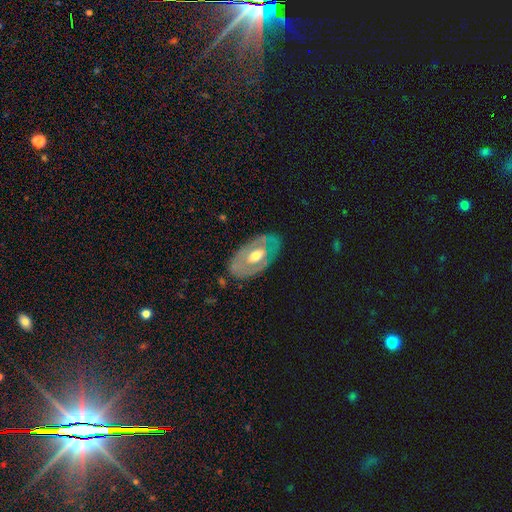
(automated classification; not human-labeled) Smooth or featured? featured or disk (66%)
Edge-on disk? no (90%)
Bar? no (64%)
Spiral arms? no (71%)
Bulge size? moderate (72%)
Merging? none (74%)